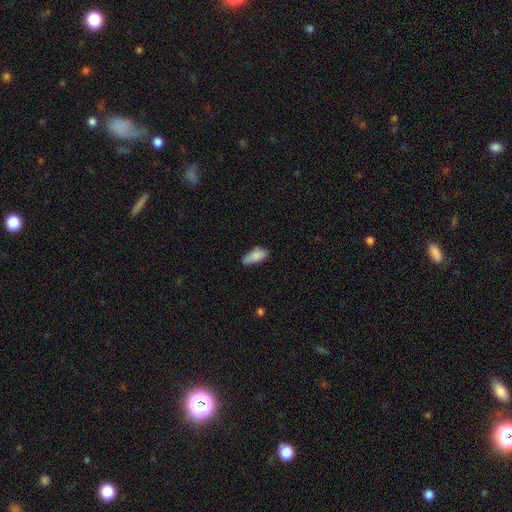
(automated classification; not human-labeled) This appears to be a smooth galaxy with no disk features (83%) that is in between round and cigar-shaped (86%). Merging: none (58%).